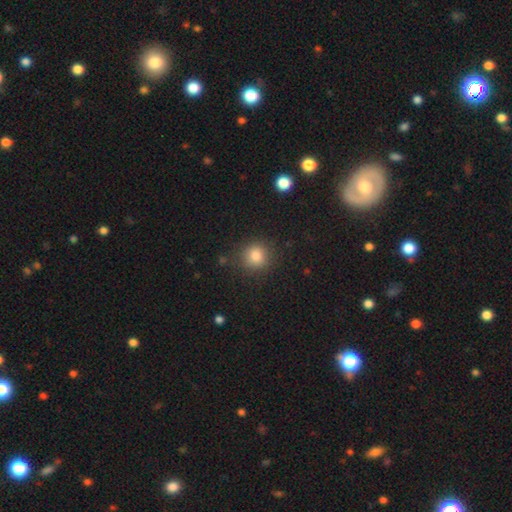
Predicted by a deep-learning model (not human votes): The model was most divided on "smooth or featured": smooth: 83%, star or artifact: 12%, featured or disk: 6%. More confident: how rounded — round (89%); merging — none (86%).